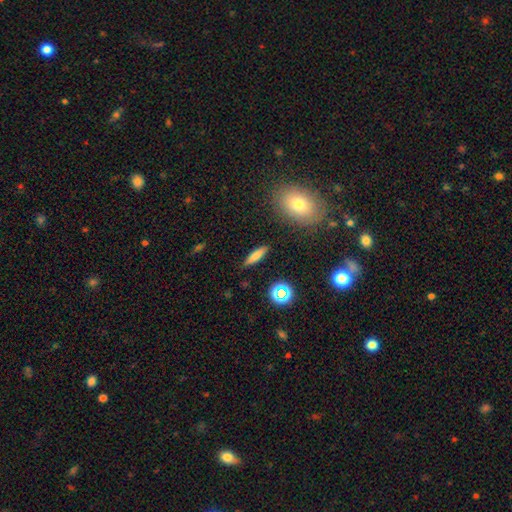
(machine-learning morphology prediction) A smooth galaxy with no disk features (72%) that is cigar-shaped (72%).

Vote fractions:
- Smooth or featured? smooth: 72% / featured or disk: 17% / star or artifact: 11%
- How rounded? cigar-shaped: 72% / in between: 24% / round: 4%
- Merging? none: 87% / minor disturbance: 9% / major disturbance: 2% / merger: 2%